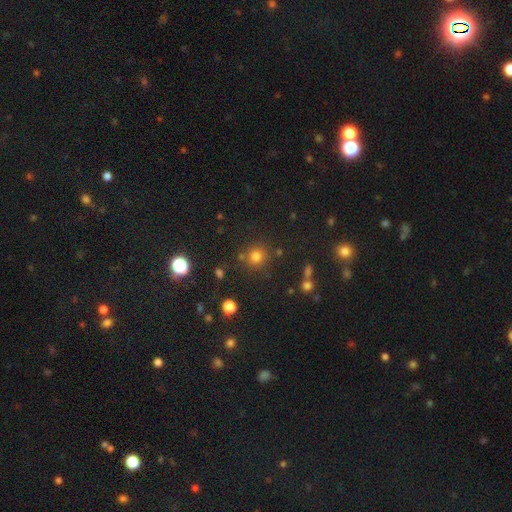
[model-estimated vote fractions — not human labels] The model was most divided on "smooth or featured": smooth: 72%, star or artifact: 21%, featured or disk: 7%. More confident: how rounded — round (92%); merging — none (82%).